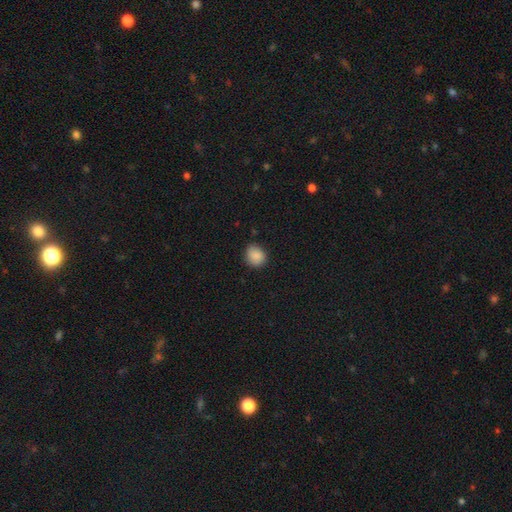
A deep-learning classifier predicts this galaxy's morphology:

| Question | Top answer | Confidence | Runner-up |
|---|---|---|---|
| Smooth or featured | smooth | 88% | star or artifact (9%) |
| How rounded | round | 72% | in between (27%) |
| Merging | none | 79% | minor disturbance (17%) |